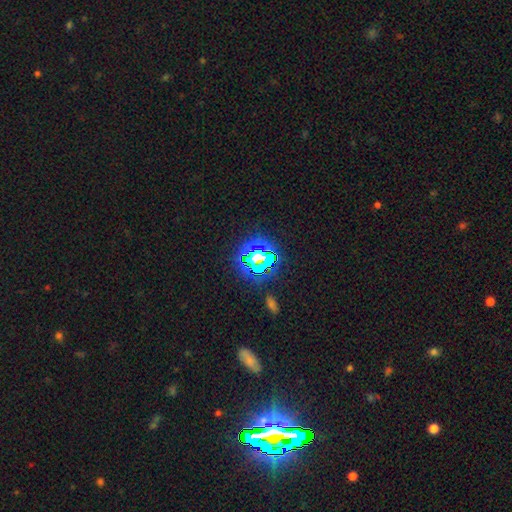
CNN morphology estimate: This appears to be a star or artifact, not a galaxy (67%).